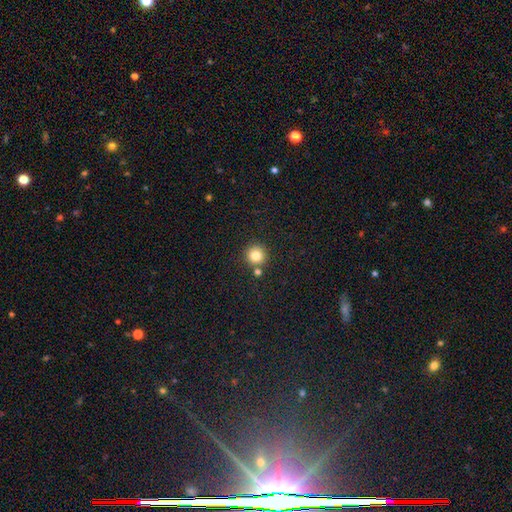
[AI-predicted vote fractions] Smooth or featured?
  - smooth: 82% *
  - star or artifact: 12%
  - featured or disk: 6%
How rounded?
  - round: 95% *
  - in between: 4%
  - cigar-shaped: 1%
Merging?
  - none: 82% *
  - merger: 9%
  - minor disturbance: 7%
  - major disturbance: 2%